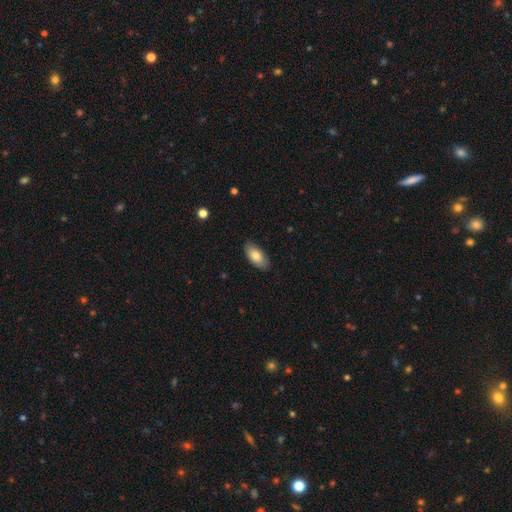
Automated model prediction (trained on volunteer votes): Smooth or featured? smooth (78%)
How rounded? in between (92%)
Merging? none (83%)